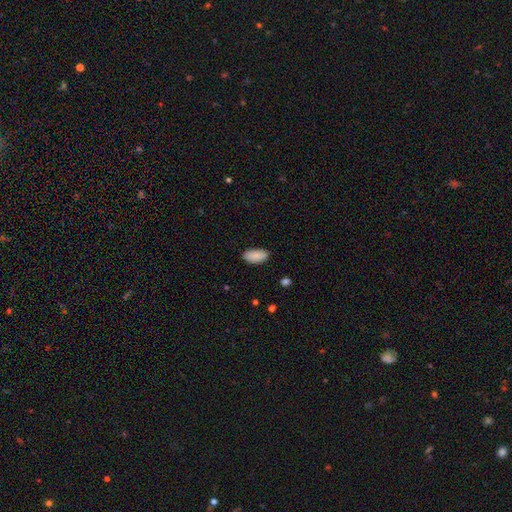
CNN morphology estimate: Smooth or featured? Predicted: smooth (p=0.89). How rounded? Predicted: in between (p=0.93). Merging? Predicted: none (p=0.85).